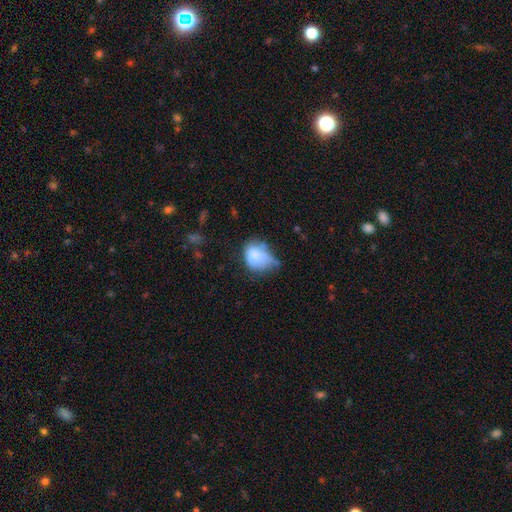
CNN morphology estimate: Overall: smooth (72%). How rounded: in between (59%; round 40%). Merging: minor disturbance (37%; major disturbance 25%).